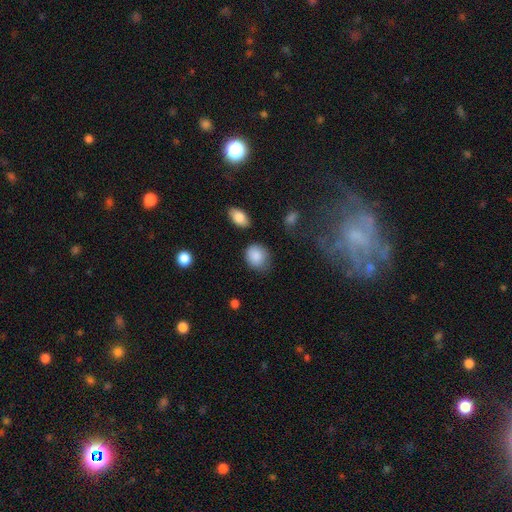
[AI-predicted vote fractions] Overall: smooth (87%). How rounded: round (57%; in between 42%). Merging: none (66%).